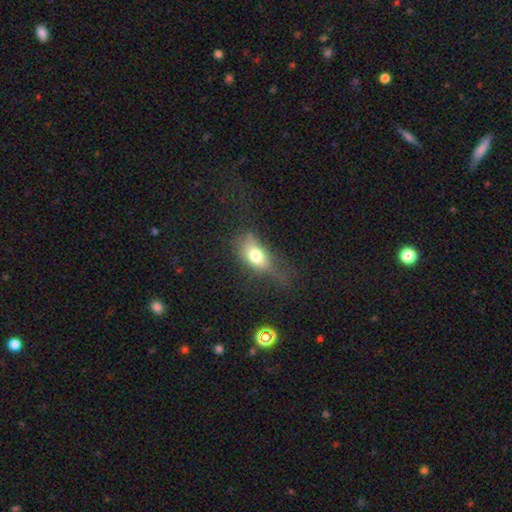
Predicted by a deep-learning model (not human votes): smooth-or-featured: smooth: 69% | featured or disk: 19% | star or artifact: 12%
  how-rounded: in between: 79% | round: 15% | cigar-shaped: 7%
  merging: none: 41% | minor disturbance: 30% | major disturbance: 26% | merger: 3%